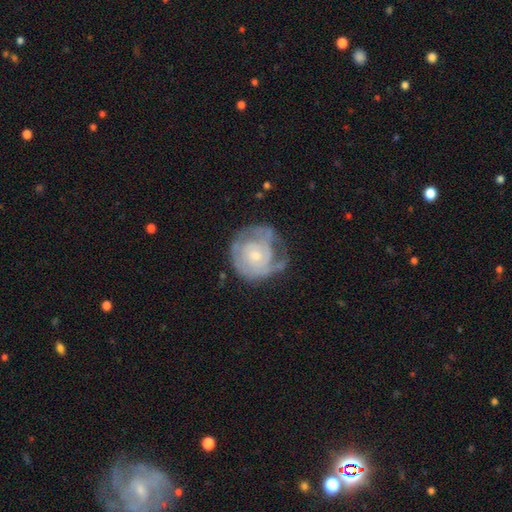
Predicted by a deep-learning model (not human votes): Smooth or featured?
  - featured or disk: 72% *
  - smooth: 22%
  - star or artifact: 6%
Edge-on disk?
  - no: 98% *
  - yes: 2%
Bar?
  - no: 79% *
  - weak: 18%
  - strong: 3%
Spiral arms?
  - yes: 78% *
  - no: 22%
Spiral winding?
  - tight: 65% *
  - medium: 25%
  - loose: 10%
Spiral arm count?
  - can't tell: 46% *
  - 2: 24%
  - 3: 12%
  - 1: 10%
  - 4: 5%
  - more than 4: 4%
Bulge size?
  - small: 61% *
  - moderate: 32%
  - none: 4%
  - large: 3%
  - dominant: 1%
Merging?
  - none: 51% *
  - minor disturbance: 27%
  - major disturbance: 19%
  - merger: 3%